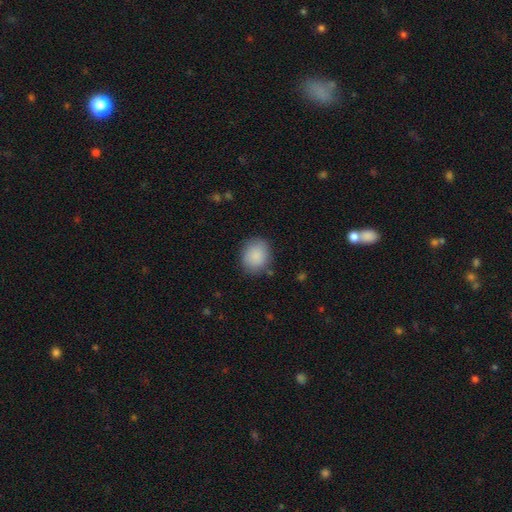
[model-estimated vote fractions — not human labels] Smooth or featured? smooth (88%)
How rounded? round (63%)
Merging? none (82%)